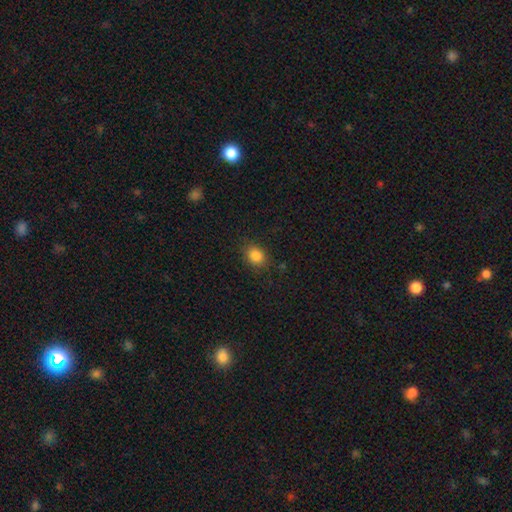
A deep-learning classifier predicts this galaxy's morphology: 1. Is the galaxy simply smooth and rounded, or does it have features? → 85% smooth, 11% star or artifact, 5% featured or disk.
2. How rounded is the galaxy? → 52% in between, 47% round, 1% cigar-shaped.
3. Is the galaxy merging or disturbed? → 84% none, 11% minor disturbance, 3% major disturbance, 1% merger.